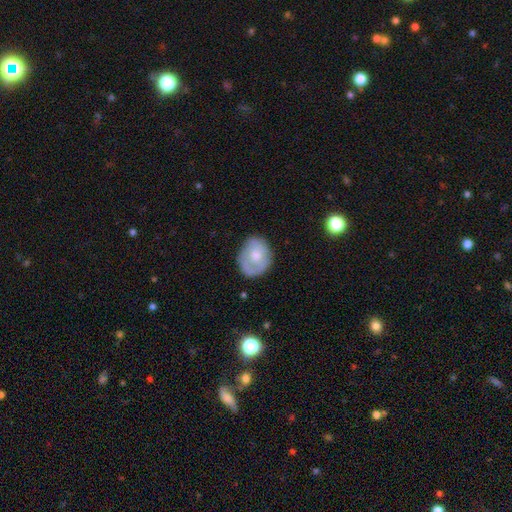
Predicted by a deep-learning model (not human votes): This is possibly a smooth galaxy (55%). How rounded: possibly round (50%). Merging: likely none (67%).